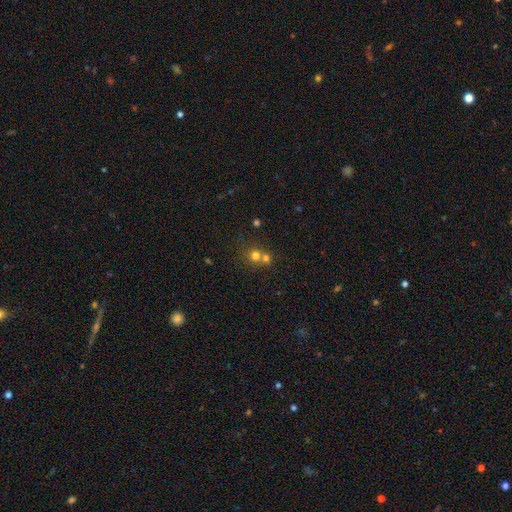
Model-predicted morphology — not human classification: smooth_or_featured: smooth (p=0.73) [alt: star or artifact p=0.16]
how_rounded: round (p=0.86) [alt: in between p=0.13]
merging: merger (p=0.51) [alt: none p=0.41]